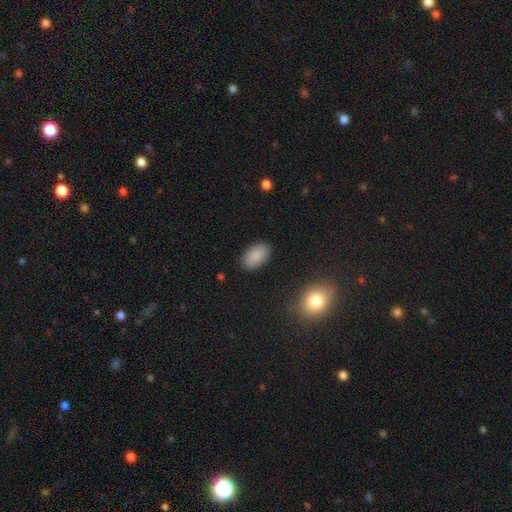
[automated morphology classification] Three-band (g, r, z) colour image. It shows a smooth galaxy with no disk features (88%) that is in between round and cigar-shaped (94%). Merging: none (88%).